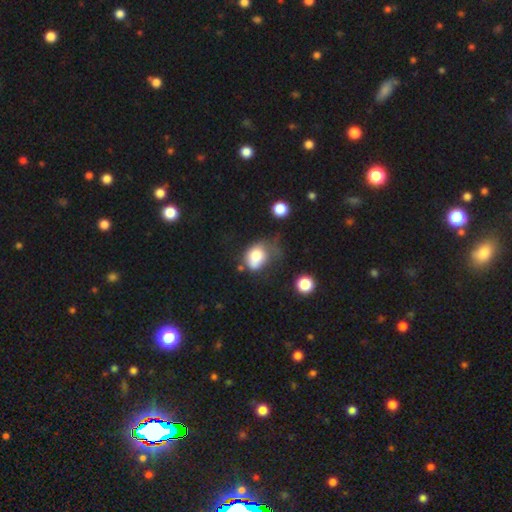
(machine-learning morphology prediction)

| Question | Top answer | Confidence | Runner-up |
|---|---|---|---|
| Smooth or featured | smooth | 75% | featured or disk (16%) |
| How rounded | in between | 65% | round (34%) |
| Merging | major disturbance | 32% | tied: minor disturbance (32%) |